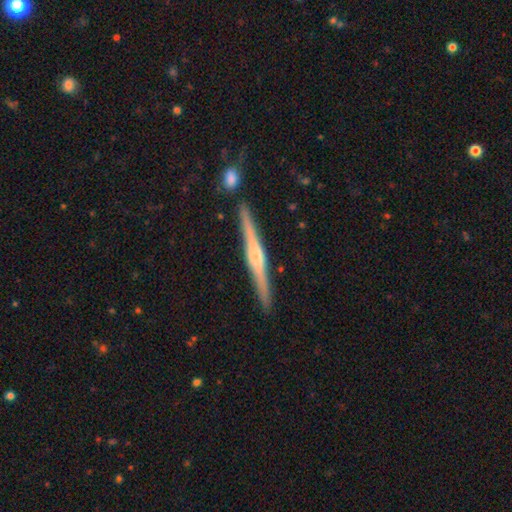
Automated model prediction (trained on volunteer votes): Overall: featured or disk (74%). Edge-on disk: yes (98%). Edge-on bulge: rounded (73%). Merging: none (89%).